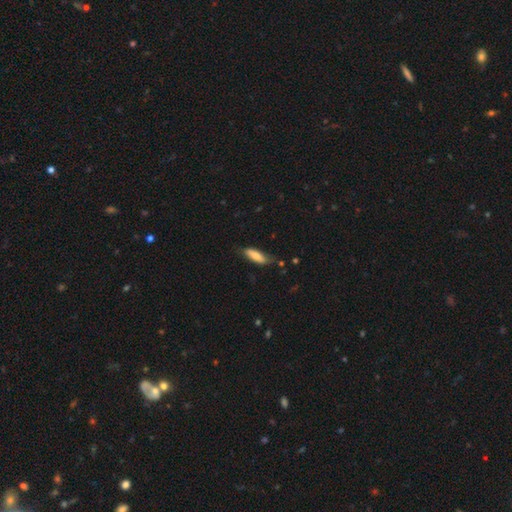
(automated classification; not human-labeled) A smooth galaxy with no disk features (75%) that is in between round and cigar-shaped (53%). Merging: none (65%).